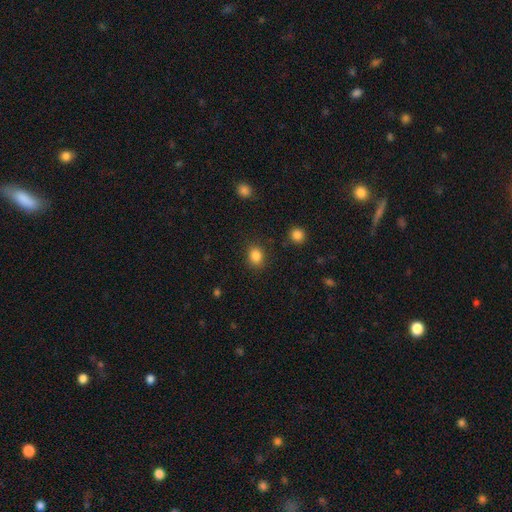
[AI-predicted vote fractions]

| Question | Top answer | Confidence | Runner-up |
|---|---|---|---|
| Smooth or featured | smooth | 85% | star or artifact (11%) |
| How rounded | round | 58% | in between (41%) |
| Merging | none | 85% | minor disturbance (10%) |